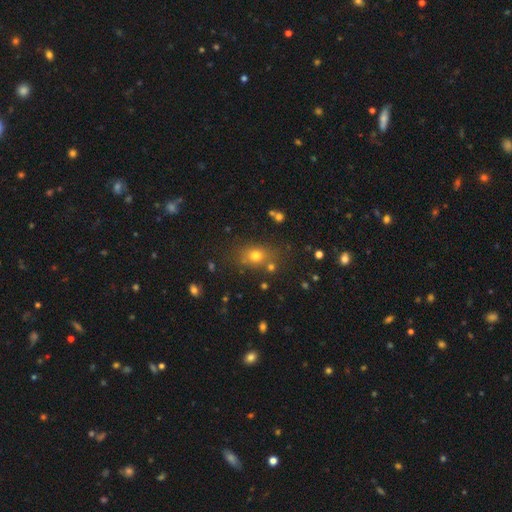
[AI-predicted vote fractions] This appears to be a smooth galaxy with no disk features (70%) that is in between round and cigar-shaped (53%). Merging: none (75%).